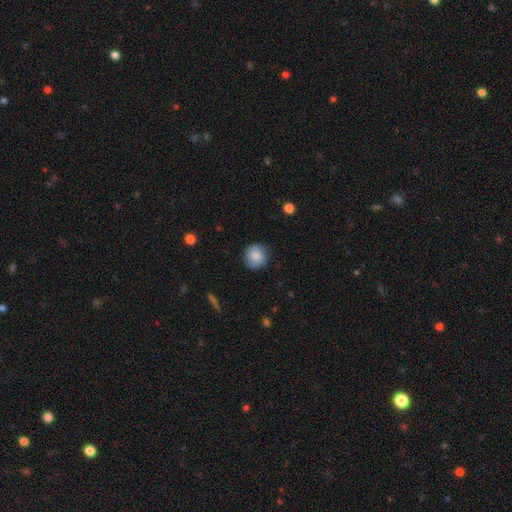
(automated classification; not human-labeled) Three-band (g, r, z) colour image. It shows a smooth galaxy with no disk features (82%) that is round (89%). Merging: none (83%).